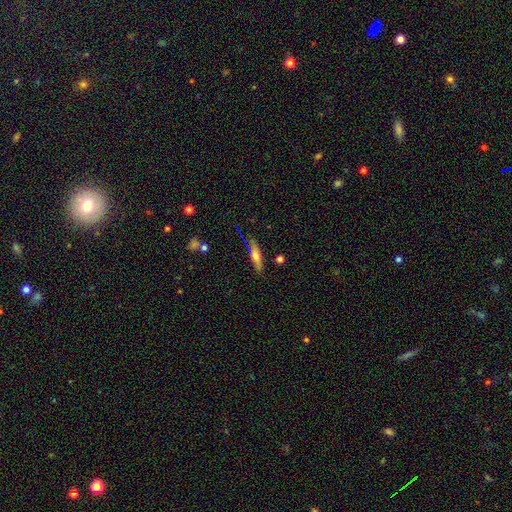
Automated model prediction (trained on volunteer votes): Morphology: type=smooth (49%); merging=none (79%).